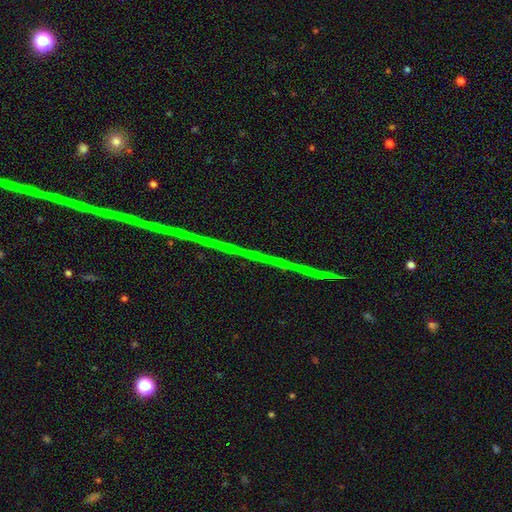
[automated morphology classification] Smooth or featured?
  - star or artifact: 80% *
  - featured or disk: 14%
  - smooth: 6%